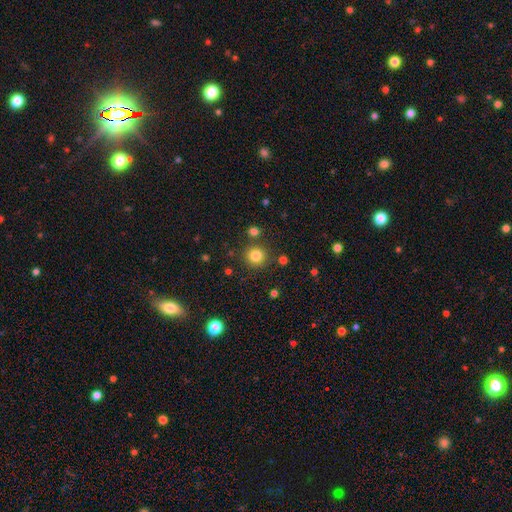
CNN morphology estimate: A smooth galaxy with no disk features (82%) that is round (93%). Merging: none (84%).